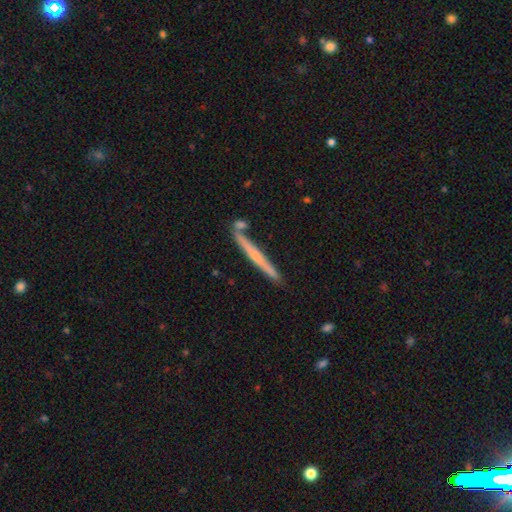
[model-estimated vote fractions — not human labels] Overall: featured or disk (52%; smooth 42%). Edge-on disk: yes (97%). Edge-on bulge: none (63%; rounded 30%). Merging: none (80%).